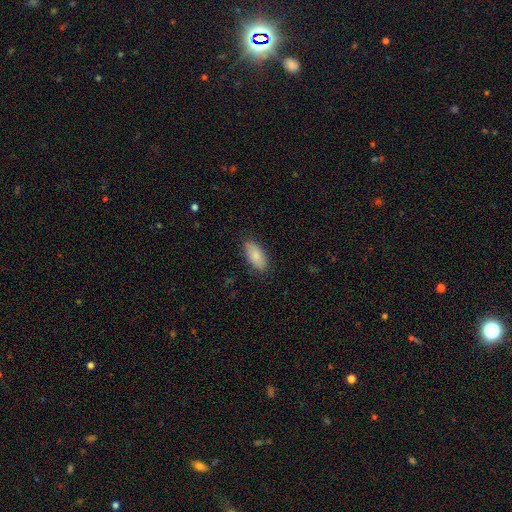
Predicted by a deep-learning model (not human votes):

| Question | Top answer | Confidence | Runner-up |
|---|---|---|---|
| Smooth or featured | smooth | 83% | featured or disk (11%) |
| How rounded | in between | 91% | cigar-shaped (7%) |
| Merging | none | 84% | minor disturbance (13%) |